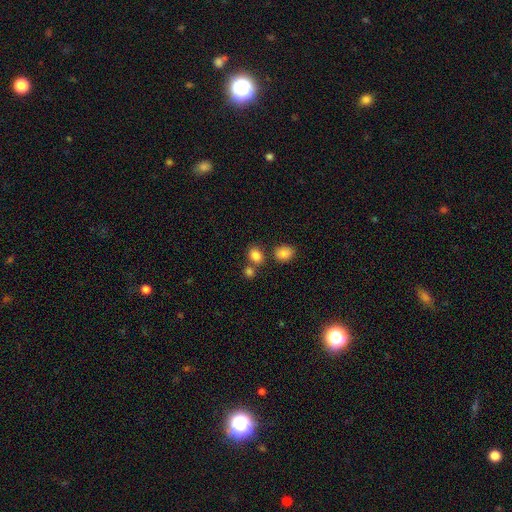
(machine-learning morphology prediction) Q: Smooth or featured?
A: smooth (84%); runner-up: star or artifact (11%)
Q: How rounded?
A: in between (51%); runner-up: round (48%)
Q: Merging?
A: none (63%); runner-up: merger (22%)